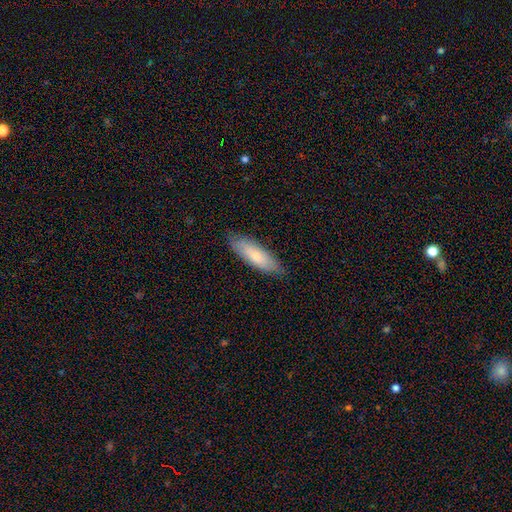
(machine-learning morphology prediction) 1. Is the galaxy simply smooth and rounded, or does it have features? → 69% smooth, 25% featured or disk, 6% star or artifact.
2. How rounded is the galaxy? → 51% in between, 47% cigar-shaped, 2% round.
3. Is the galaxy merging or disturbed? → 84% none, 13% minor disturbance, 2% major disturbance, 1% merger.